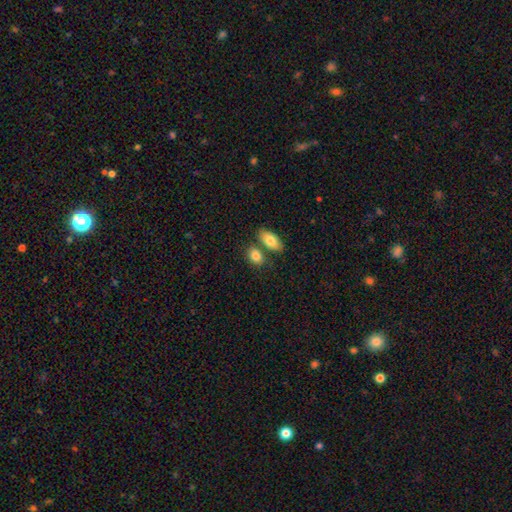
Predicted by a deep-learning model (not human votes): Smooth or featured? Predicted: smooth (p=0.83). How rounded? Predicted: in between (p=0.83). Merging? Predicted: none (p=0.56).